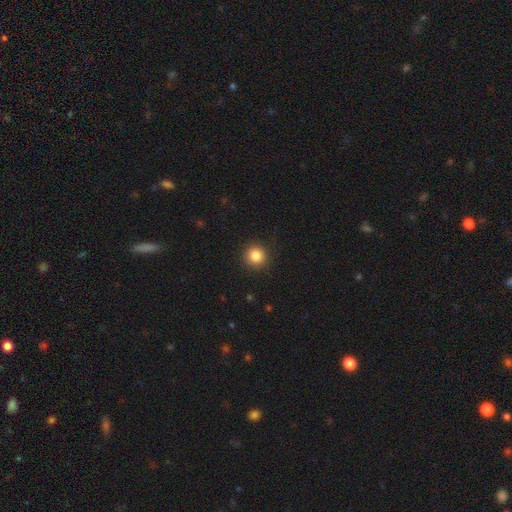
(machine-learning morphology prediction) smooth-or-featured: smooth: 85% | star or artifact: 10% | featured or disk: 4%
  how-rounded: round: 94% | in between: 5% | cigar-shaped: 1%
  merging: none: 90% | minor disturbance: 6% | major disturbance: 2% | merger: 1%